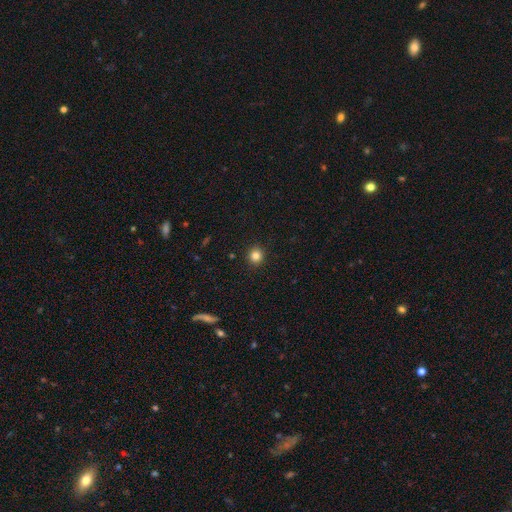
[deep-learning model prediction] smooth-or-featured: smooth: 83% | star or artifact: 12% | featured or disk: 5%
  how-rounded: round: 91% | in between: 8% | cigar-shaped: 1%
  merging: none: 92% | minor disturbance: 5% | major disturbance: 2% | merger: 1%